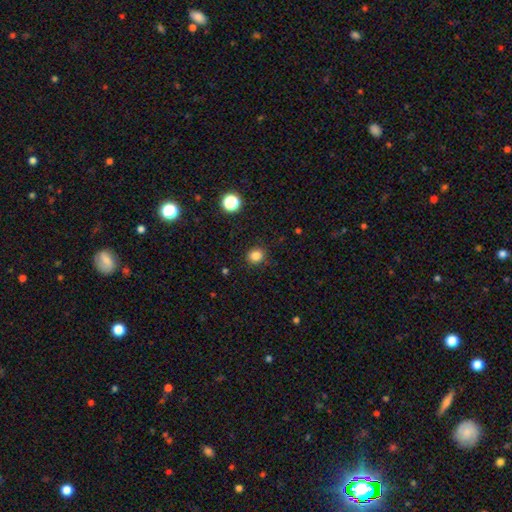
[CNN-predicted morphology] smooth-or-featured: smooth: 84% | star or artifact: 12% | featured or disk: 4%
  how-rounded: round: 78% | in between: 21% | cigar-shaped: 1%
  merging: none: 88% | minor disturbance: 8% | major disturbance: 2% | merger: 1%